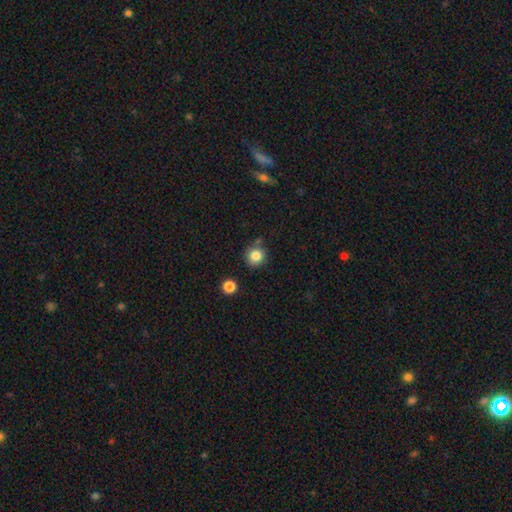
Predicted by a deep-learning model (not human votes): This appears to be a smooth galaxy with no disk features (84%) that is round (91%). Merging: none (80%).